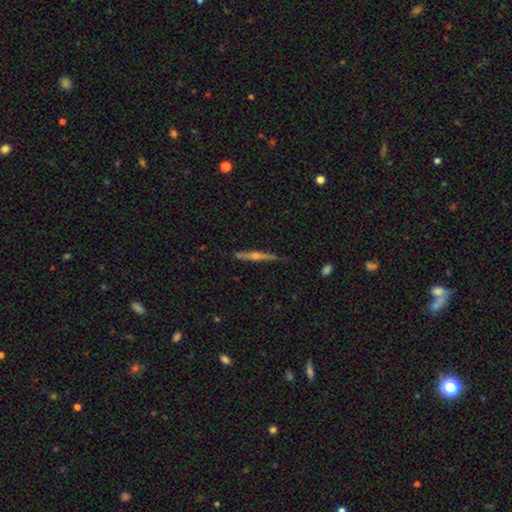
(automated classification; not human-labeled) smooth_or_featured: featured or disk (p=0.72) [alt: smooth p=0.21]
disk_edge_on: yes (p=0.98) [alt: no p=0.02]
edge_on_bulge: rounded (p=0.82) [alt: none p=0.12]
merging: none (p=0.87) [alt: minor disturbance p=0.10]